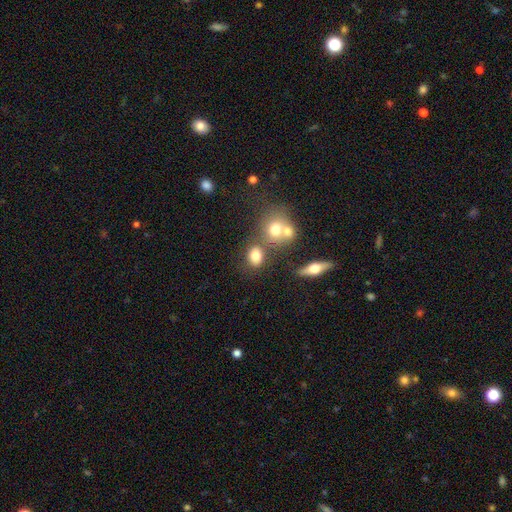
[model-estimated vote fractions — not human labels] This appears to be a smooth galaxy with no disk features (74%) that is in between round and cigar-shaped (57%). Merging: none (59%).